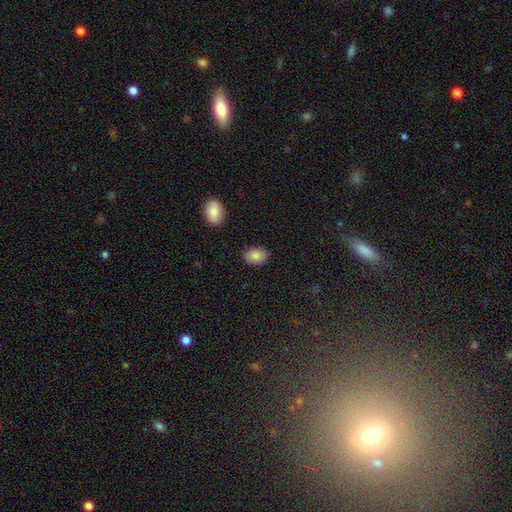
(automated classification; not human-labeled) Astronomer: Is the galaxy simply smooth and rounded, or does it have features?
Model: smooth — 88%.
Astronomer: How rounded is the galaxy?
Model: in between — 77%.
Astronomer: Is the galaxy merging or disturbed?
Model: none — 86%.